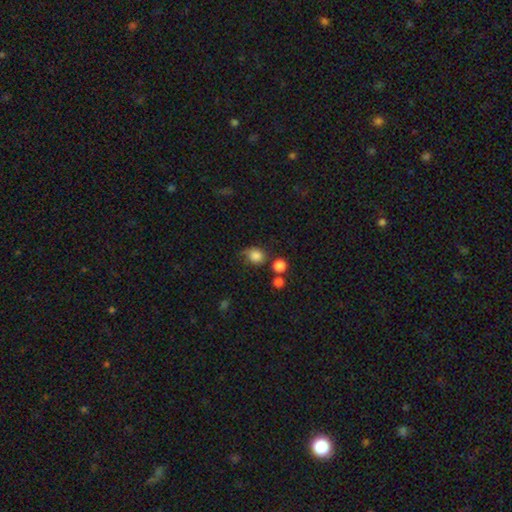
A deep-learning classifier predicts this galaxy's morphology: Smooth or featured: smooth — 82% (star or artifact — 11%)
How rounded: round — 73% (in between — 26%)
Merging: none — 53% (minor disturbance — 27%)